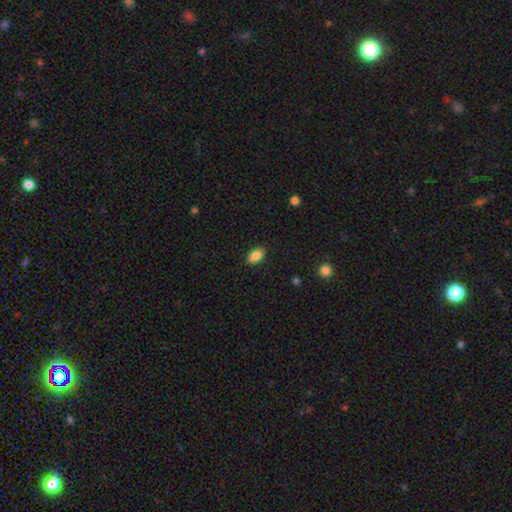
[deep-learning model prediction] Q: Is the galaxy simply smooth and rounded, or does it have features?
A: smooth — 83%.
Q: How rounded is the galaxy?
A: in between — 89%.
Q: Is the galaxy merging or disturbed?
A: none — 88%.